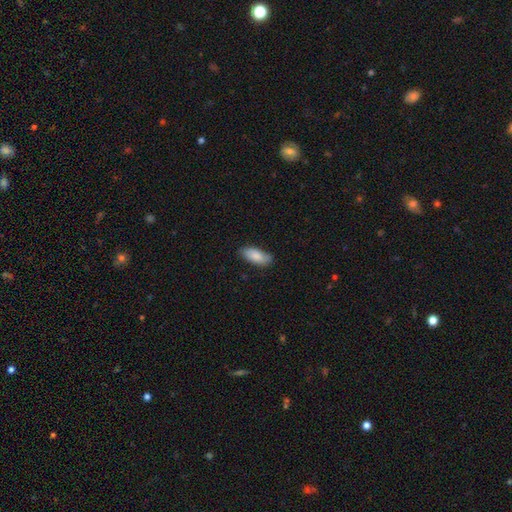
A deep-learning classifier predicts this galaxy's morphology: This is clearly a smooth galaxy (85%). How rounded: clearly in between (86%). Merging: clearly none (82%).